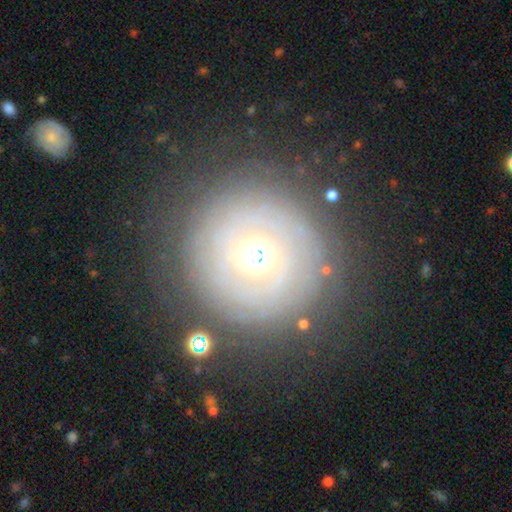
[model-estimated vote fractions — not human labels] This appears to be a featured or disk galaxy (65%) with no bar (77%), spiral arms (64%) and a moderate central bulge (66%). Merging: none (80%).